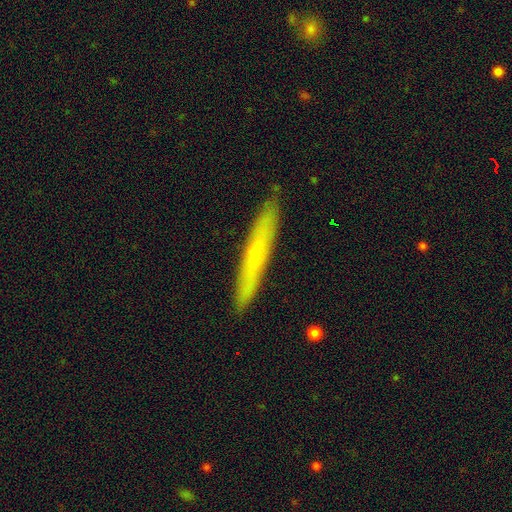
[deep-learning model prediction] smooth 57%, featured or disk 37%, star or artifact 6%. Down the decision tree: how rounded — cigar-shaped (96%); merging — none (91%).